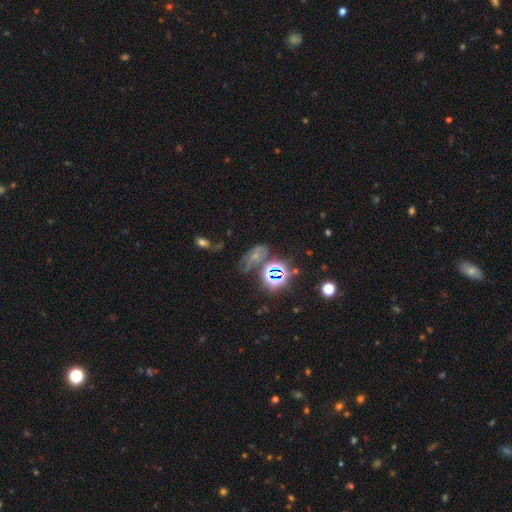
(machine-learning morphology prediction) Smooth or featured? star or artifact (49%)